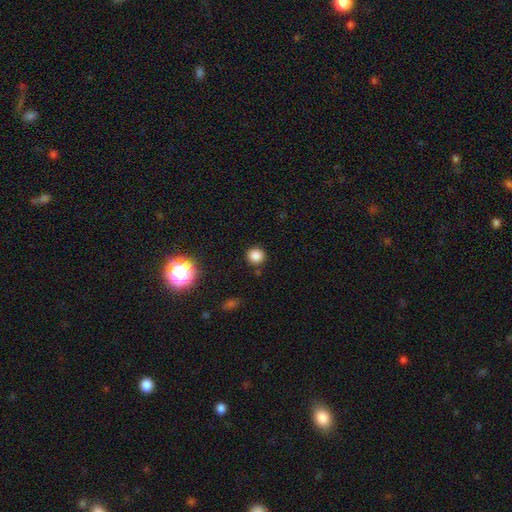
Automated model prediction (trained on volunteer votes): smooth_or_featured: smooth (p=0.82) [alt: star or artifact p=0.14]
how_rounded: round (p=0.92) [alt: in between p=0.07]
merging: none (p=0.88) [alt: minor disturbance p=0.07]